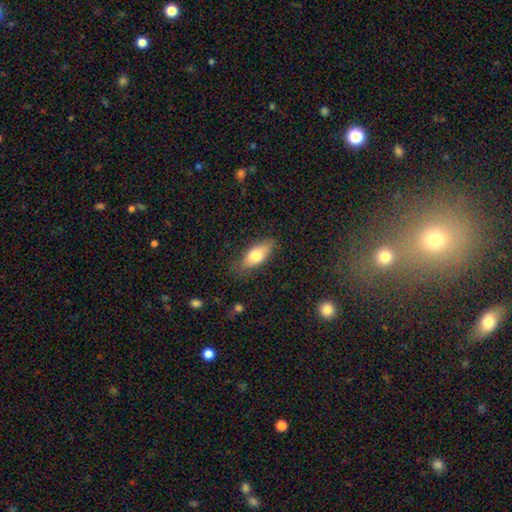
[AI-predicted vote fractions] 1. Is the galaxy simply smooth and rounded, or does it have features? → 71% smooth, 22% featured or disk, 7% star or artifact.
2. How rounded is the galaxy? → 77% in between, 19% cigar-shaped, 4% round.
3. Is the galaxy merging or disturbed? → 80% none, 15% minor disturbance, 4% major disturbance, 1% merger.